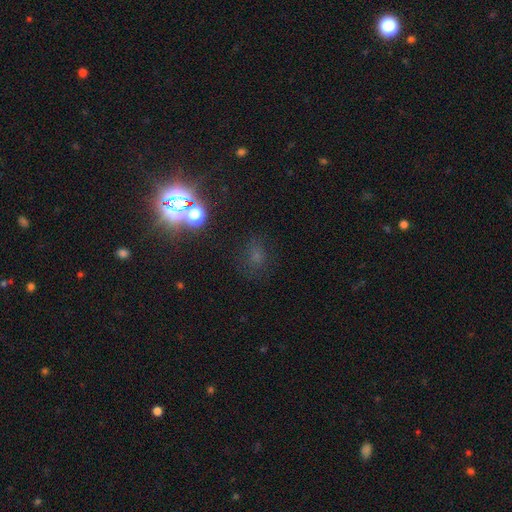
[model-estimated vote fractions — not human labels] Smooth or featured: smooth — 47% (star or artifact — 44%)
Merging: none — 73% (minor disturbance — 14%)